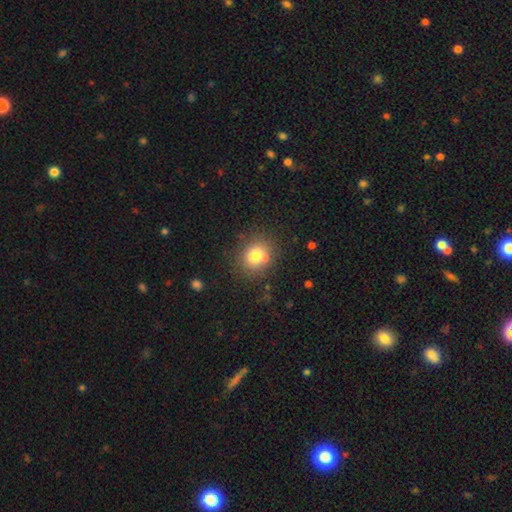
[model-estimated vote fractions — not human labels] smooth-or-featured: smooth: 77% | star or artifact: 12% | featured or disk: 11%
  how-rounded: round: 74% | in between: 25% | cigar-shaped: 1%
  merging: none: 75% | minor disturbance: 14% | merger: 7% | major disturbance: 5%